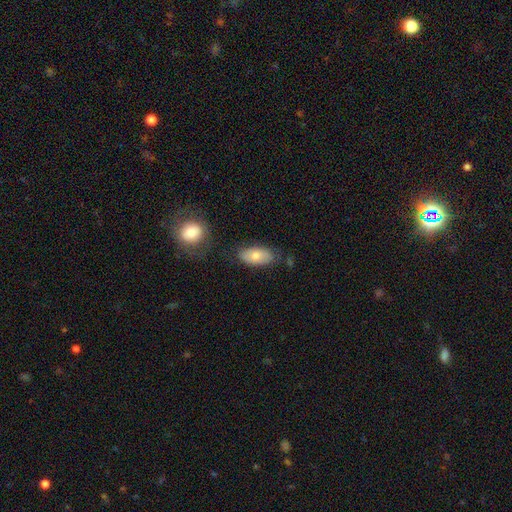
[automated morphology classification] smooth-or-featured: smooth: 74% | featured or disk: 19% | star or artifact: 7%
  how-rounded: in between: 92% | cigar-shaped: 5% | round: 4%
  merging: none: 73% | minor disturbance: 18% | merger: 5% | major disturbance: 5%